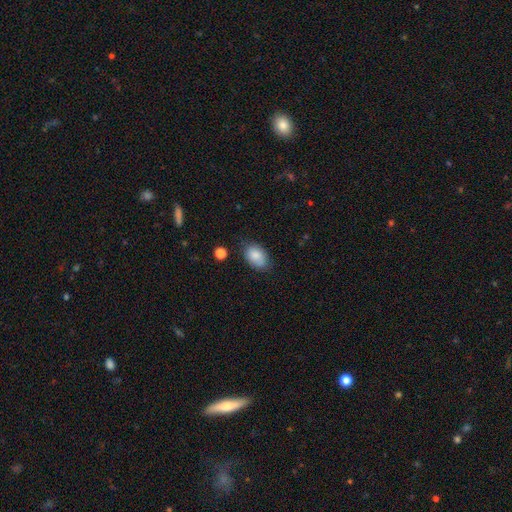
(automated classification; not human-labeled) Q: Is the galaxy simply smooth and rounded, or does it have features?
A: smooth — 84%.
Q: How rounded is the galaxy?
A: in between — 88%.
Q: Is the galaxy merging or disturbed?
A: none — 72%.